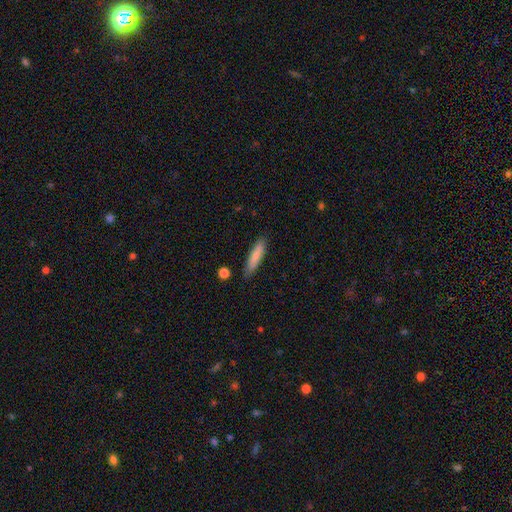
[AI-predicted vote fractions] Q: Smooth or featured?
A: smooth (83%); runner-up: featured or disk (11%)
Q: How rounded?
A: cigar-shaped (81%); runner-up: in between (17%)
Q: Merging?
A: none (84%); runner-up: minor disturbance (11%)